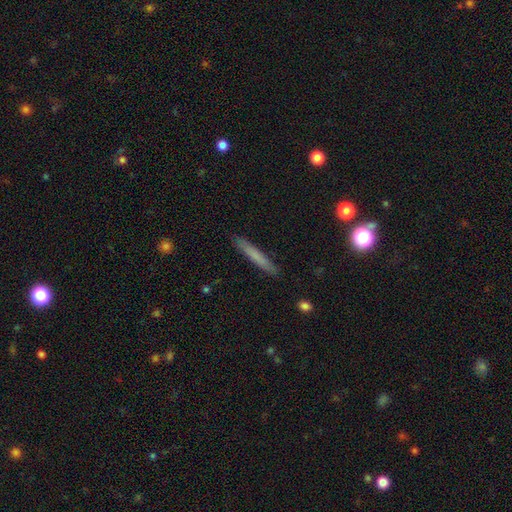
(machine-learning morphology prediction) This appears to be a smooth galaxy with no disk features (68%) that is cigar-shaped (96%). Merging: none (90%).